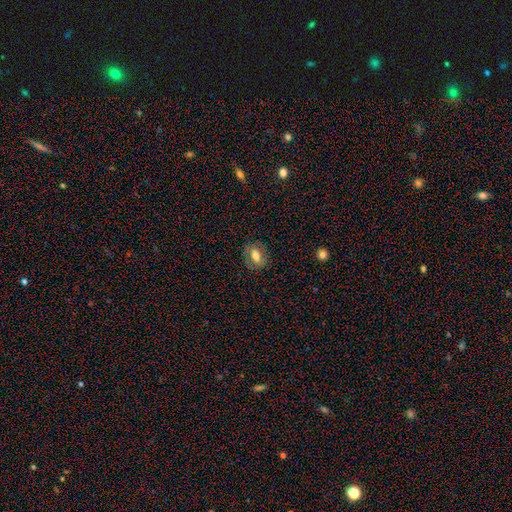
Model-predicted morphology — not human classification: Smooth or featured? Predicted: smooth (p=0.60). How rounded? Predicted: in between (p=0.65). Merging? Predicted: none (p=0.80).